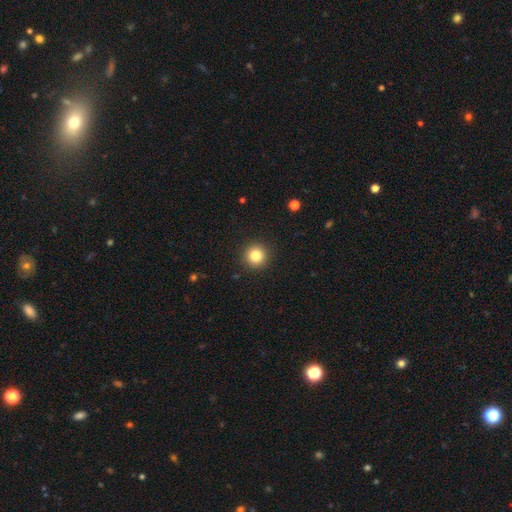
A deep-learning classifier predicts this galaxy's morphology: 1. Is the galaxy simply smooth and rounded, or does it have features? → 83% smooth, 11% star or artifact, 6% featured or disk.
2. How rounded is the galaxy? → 95% round, 4% in between, 1% cigar-shaped.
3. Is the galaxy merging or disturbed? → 92% none, 5% minor disturbance, 2% major disturbance, 1% merger.